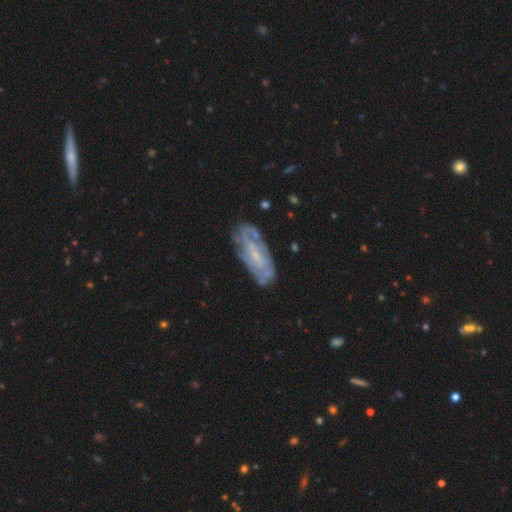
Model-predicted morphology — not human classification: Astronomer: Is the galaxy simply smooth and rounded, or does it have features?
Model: featured or disk — 72%.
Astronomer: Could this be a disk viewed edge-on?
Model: no — 88%.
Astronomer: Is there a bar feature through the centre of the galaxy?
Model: no — 55% (runner-up: weak, 35%).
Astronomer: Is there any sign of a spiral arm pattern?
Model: yes — 74%.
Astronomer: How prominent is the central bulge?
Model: small — 70%.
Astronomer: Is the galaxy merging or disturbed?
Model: none — 73%.